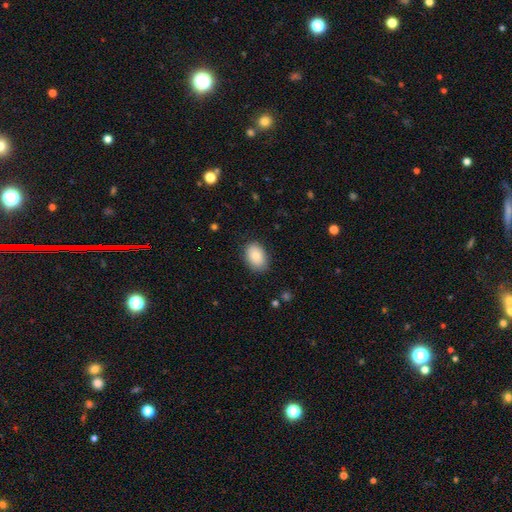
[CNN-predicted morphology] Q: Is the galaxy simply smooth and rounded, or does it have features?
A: smooth — 85%.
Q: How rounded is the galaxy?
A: in between — 86%.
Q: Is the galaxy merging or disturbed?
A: none — 85%.